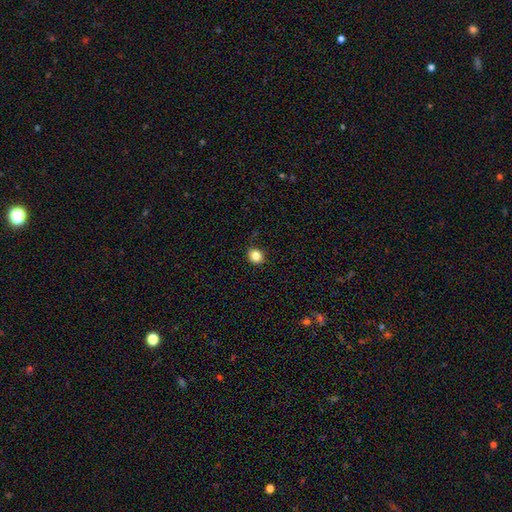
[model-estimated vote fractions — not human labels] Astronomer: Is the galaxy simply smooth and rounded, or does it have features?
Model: smooth — 84%.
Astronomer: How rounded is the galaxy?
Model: round — 73%.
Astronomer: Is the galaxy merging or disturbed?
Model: none — 86%.